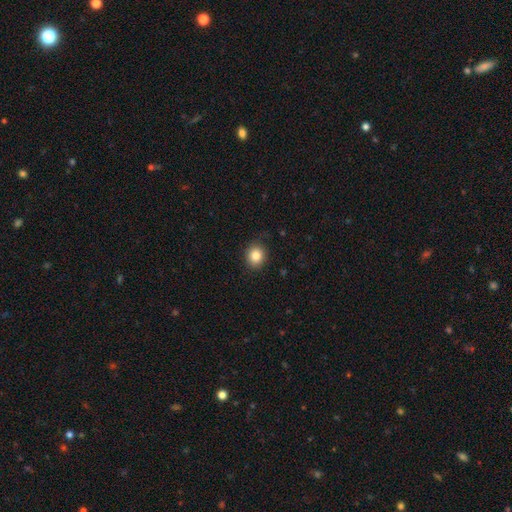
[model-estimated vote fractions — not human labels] The model was most divided on "how rounded": round: 73%, in between: 26%, cigar-shaped: 1%. More confident: merging — none (85%); smooth or featured — smooth (84%).